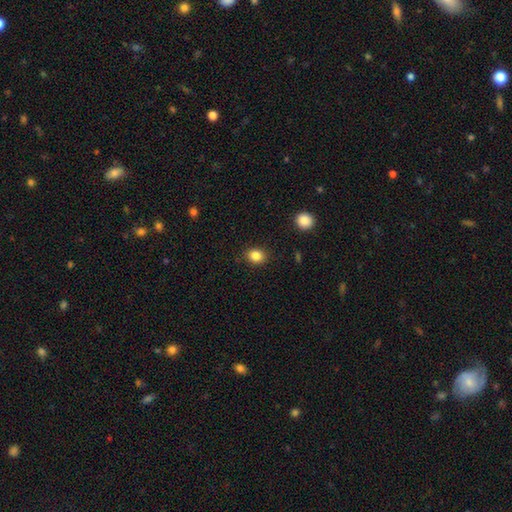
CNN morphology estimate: Smooth or featured? smooth (85%)
How rounded? round (58%)
Merging? none (88%)